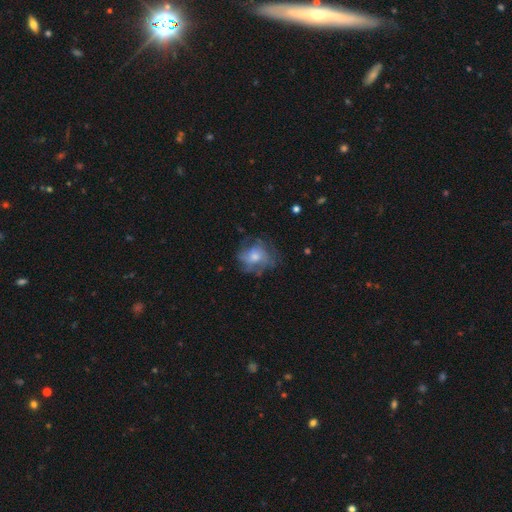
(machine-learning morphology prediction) Q: Smooth or featured?
A: featured or disk (49%); runner-up: smooth (38%)
Q: Merging?
A: none (60%); runner-up: minor disturbance (21%)